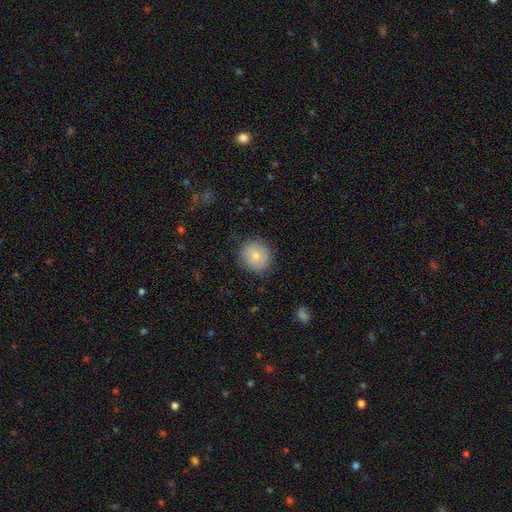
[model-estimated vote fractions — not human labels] A smooth galaxy with no disk features (76%) that is round (87%).

Vote fractions:
- Smooth or featured? smooth: 76% / featured or disk: 16% / star or artifact: 8%
- How rounded? round: 87% / in between: 12% / cigar-shaped: 1%
- Merging? none: 80% / minor disturbance: 15% / major disturbance: 4% / merger: 1%